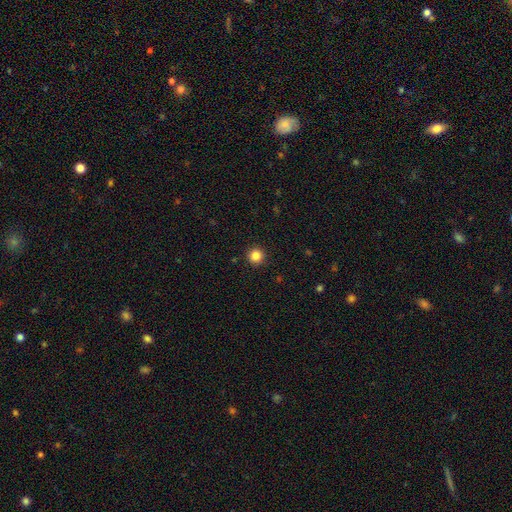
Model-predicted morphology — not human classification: type=smooth (85%); roundness=round (95%); merging=none (92%).